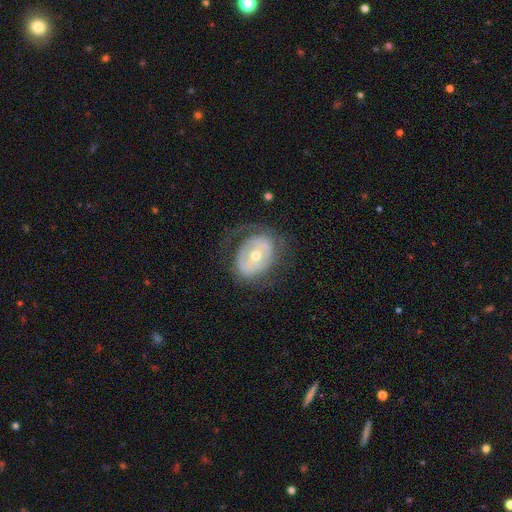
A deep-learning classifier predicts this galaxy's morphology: smooth_or_featured: featured or disk (p=0.64) [alt: smooth p=0.29]
disk_edge_on: no (p=0.94) [alt: yes p=0.06]
bar: no (p=0.50) [alt: weak p=0.29]
has_spiral_arms: no (p=0.58) [alt: yes p=0.42]
bulge_size: moderate (p=0.58) [alt: small p=0.38]
merging: none (p=0.57) [alt: major disturbance p=0.21]